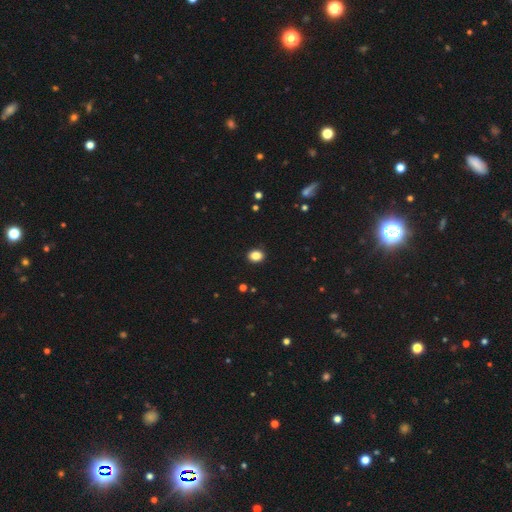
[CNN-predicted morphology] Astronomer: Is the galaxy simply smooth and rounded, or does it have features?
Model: smooth — 86%.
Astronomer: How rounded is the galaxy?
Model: round — 56% (runner-up: in between, 43%).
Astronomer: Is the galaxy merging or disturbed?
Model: none — 91%.